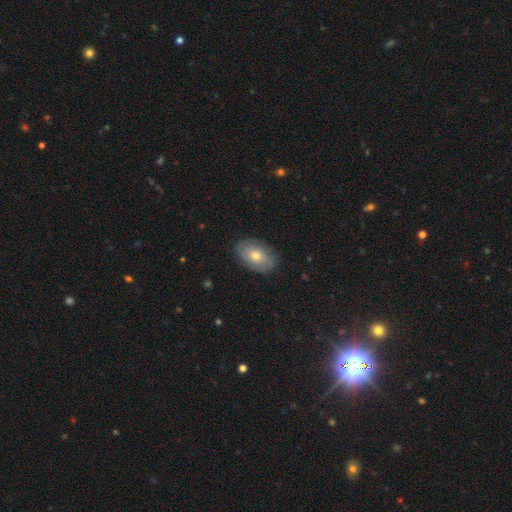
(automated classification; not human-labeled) This is likely a smooth galaxy (69%). How rounded: clearly in between (91%). Merging: clearly none (85%).